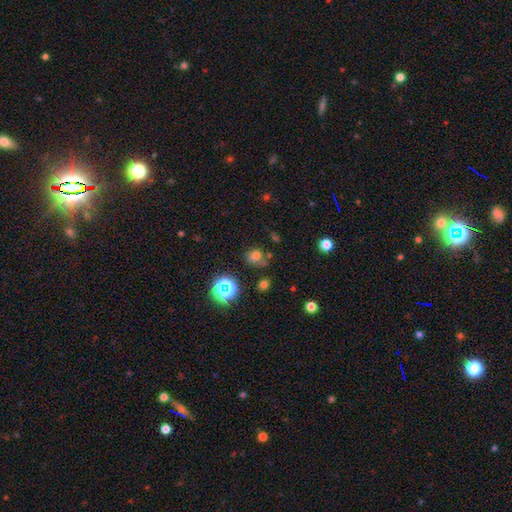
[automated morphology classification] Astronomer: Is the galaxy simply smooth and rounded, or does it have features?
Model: smooth — 64%.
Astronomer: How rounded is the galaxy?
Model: round — 61% (runner-up: in between, 38%).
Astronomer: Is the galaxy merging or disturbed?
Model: none — 64%.